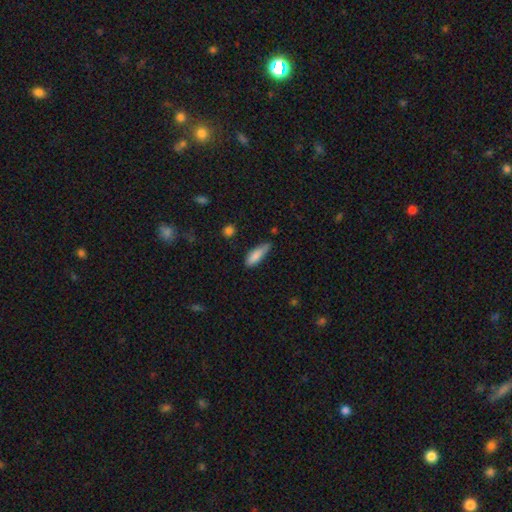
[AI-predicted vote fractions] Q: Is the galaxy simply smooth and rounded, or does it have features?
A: smooth — 84%.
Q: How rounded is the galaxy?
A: in between — 55%.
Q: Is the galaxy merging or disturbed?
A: none — 50%.